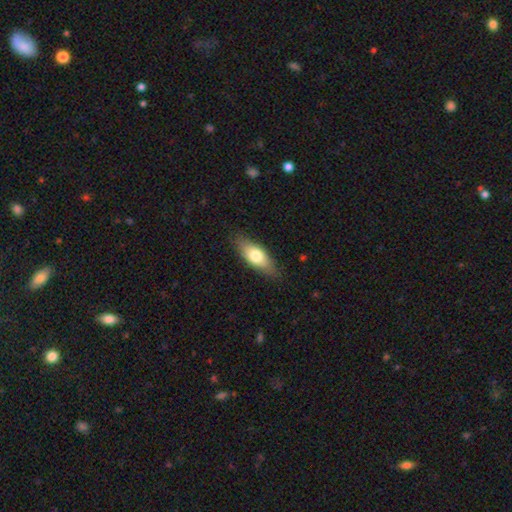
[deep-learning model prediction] Smooth or featured: smooth — 70% (featured or disk — 24%)
How rounded: in between — 73% (cigar-shaped — 24%)
Merging: none — 82% (minor disturbance — 14%)